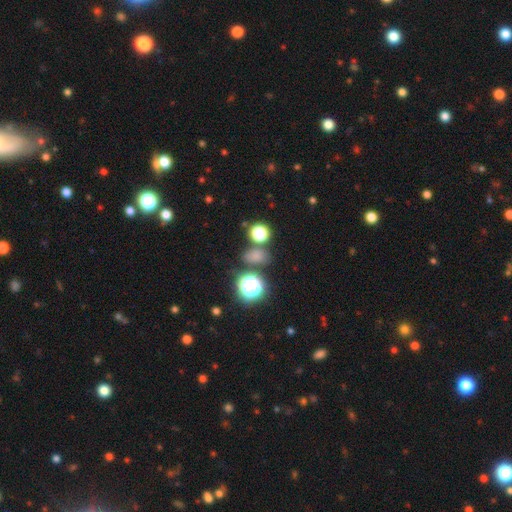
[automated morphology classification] Smooth or featured: smooth — 63% (star or artifact — 29%)
How rounded: round — 51% (in between — 47%)
Merging: none — 73% (merger — 12%)